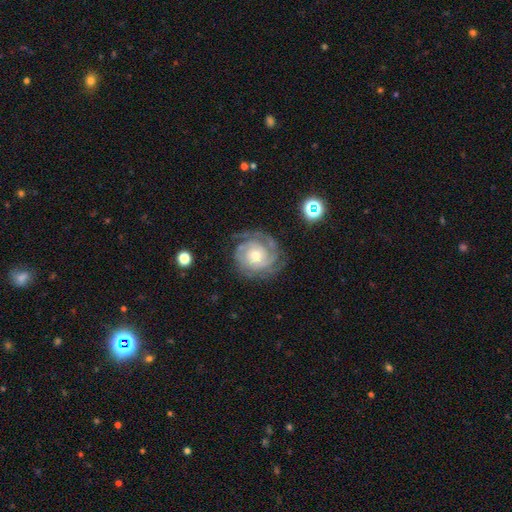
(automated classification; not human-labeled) This appears to be a featured or disk galaxy (85%) with no bar (77%), tight (74%) spiral arms (96%) and a moderate central bulge (60%). Merging: none (76%).